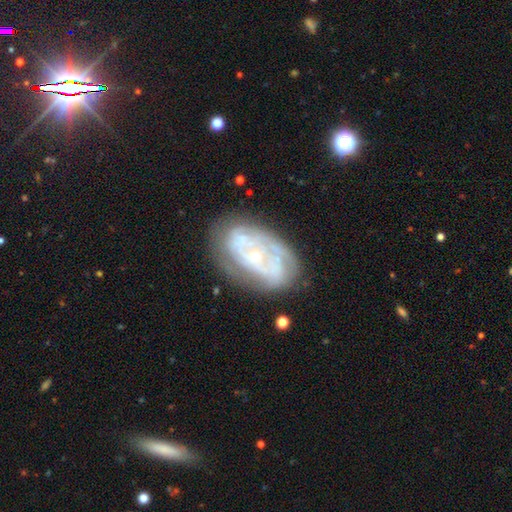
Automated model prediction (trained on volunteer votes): Smooth or featured? featured or disk (75%)
Edge-on disk? no (96%)
Bar? no (80%)
Spiral arms? yes (65%)
Bulge size? small (77%)
Merging? none (56%)